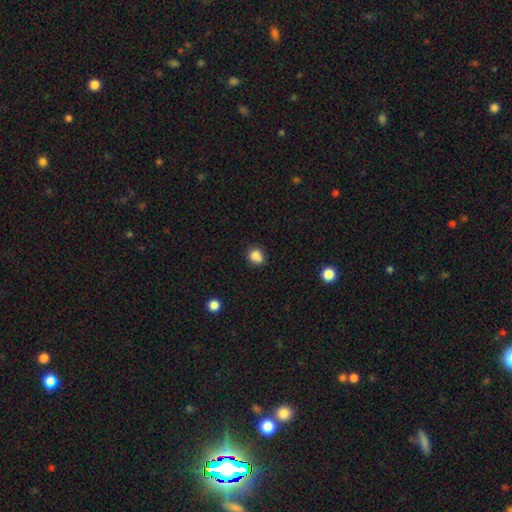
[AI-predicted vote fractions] Q: Smooth or featured?
A: smooth (80%); runner-up: star or artifact (11%)
Q: How rounded?
A: round (76%); runner-up: in between (23%)
Q: Merging?
A: none (57%); runner-up: minor disturbance (20%)